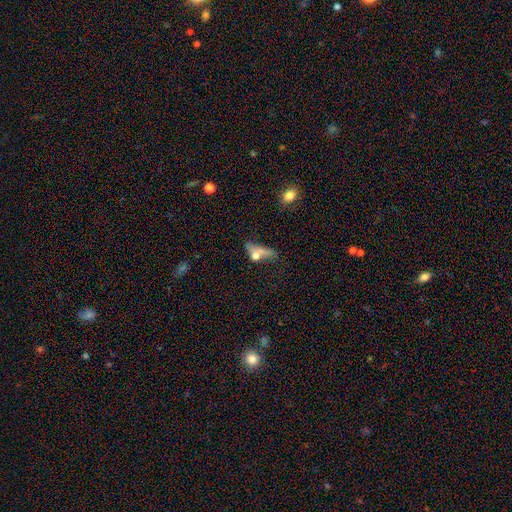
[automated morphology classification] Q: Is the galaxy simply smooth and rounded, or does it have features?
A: smooth — 57%.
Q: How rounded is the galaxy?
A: in between — 60%.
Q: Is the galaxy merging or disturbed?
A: major disturbance — 34%.